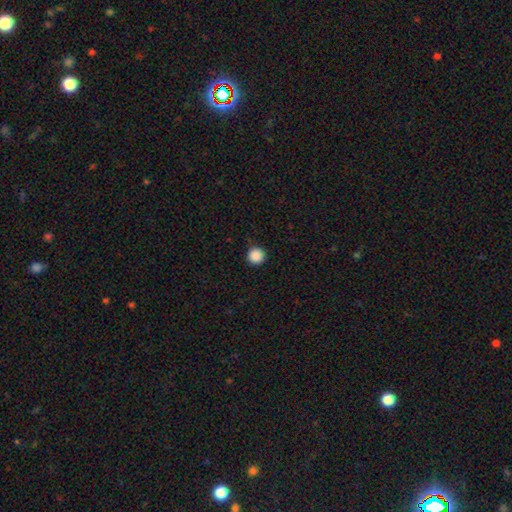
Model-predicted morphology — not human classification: Smooth or featured? Predicted: smooth (p=0.88). How rounded? Predicted: round (p=0.96). Merging? Predicted: none (p=0.91).